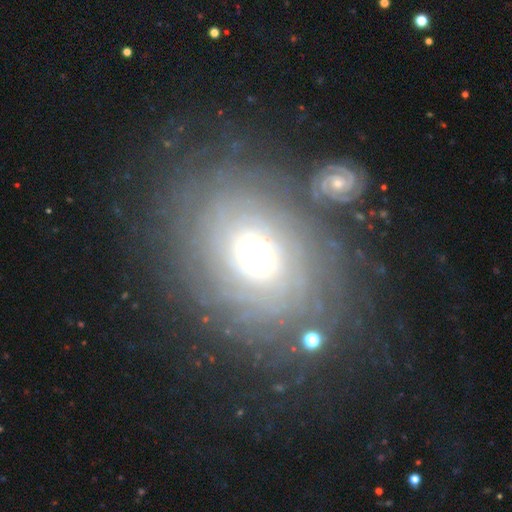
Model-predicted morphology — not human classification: smooth_or_featured: featured or disk (p=0.69) [alt: smooth p=0.21]
disk_edge_on: no (p=0.95) [alt: yes p=0.05]
bar: no (p=0.79) [alt: weak p=0.15]
has_spiral_arms: yes (p=0.80) [alt: no p=0.20]
spiral_winding: tight (p=0.71) [alt: medium p=0.19]
spiral_arm_count: can't tell (p=0.47) [alt: more than 4 p=0.14]
bulge_size: moderate (p=0.56) [alt: large p=0.26]
merging: none (p=0.69) [alt: minor disturbance p=0.15]